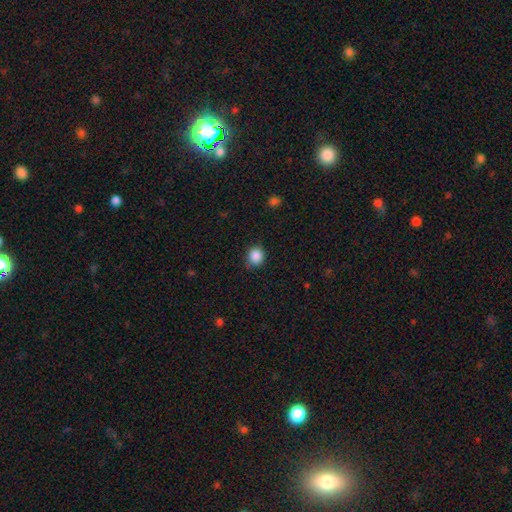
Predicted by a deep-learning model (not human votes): Overall: smooth (87%). How rounded: round (83%). Merging: none (80%).